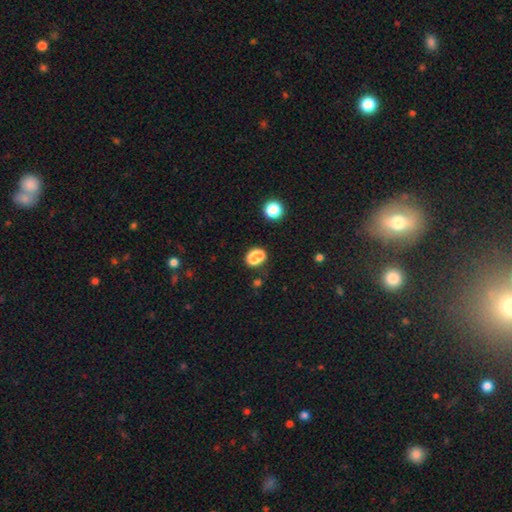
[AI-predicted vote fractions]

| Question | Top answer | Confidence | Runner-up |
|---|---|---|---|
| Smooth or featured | smooth | 74% | star or artifact (13%) |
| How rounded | in between | 50% | round (49%) |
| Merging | none | 40% | merger (38%) |